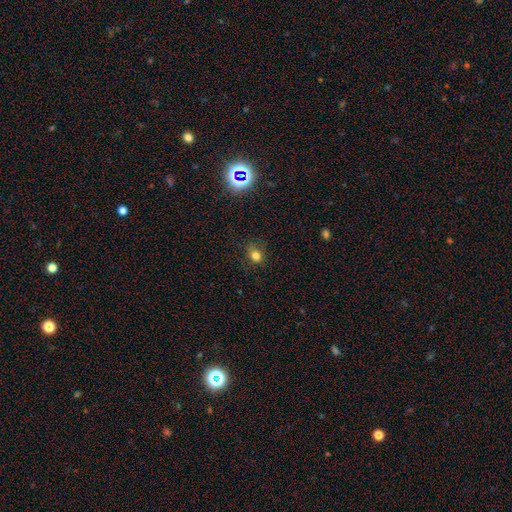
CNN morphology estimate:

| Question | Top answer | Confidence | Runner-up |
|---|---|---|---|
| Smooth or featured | smooth | 78% | star or artifact (16%) |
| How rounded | round | 60% | in between (39%) |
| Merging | none | 78% | minor disturbance (16%) |